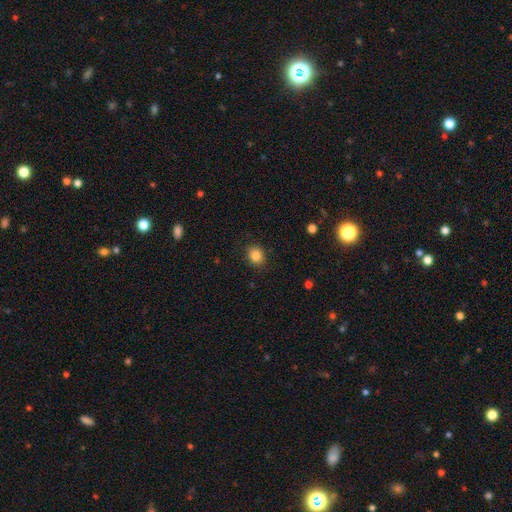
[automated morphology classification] This appears to be a smooth galaxy with no disk features (85%) that is round (68%). Merging: none (87%).